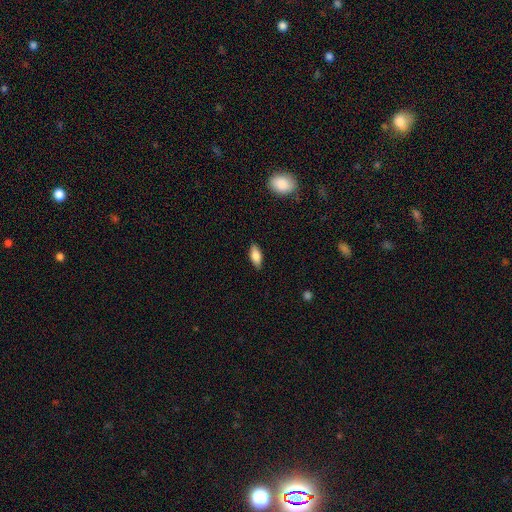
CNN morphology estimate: type=smooth (80%); roundness=in between (80%); merging=none (85%).